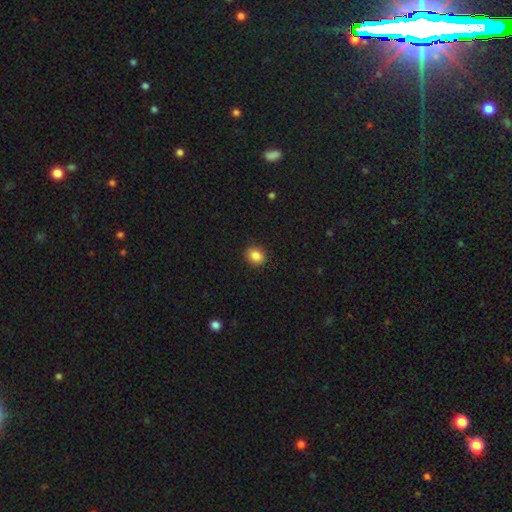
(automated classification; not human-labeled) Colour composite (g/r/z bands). It shows a smooth galaxy with no disk features (87%) that is round (59%). Merging: none (89%).